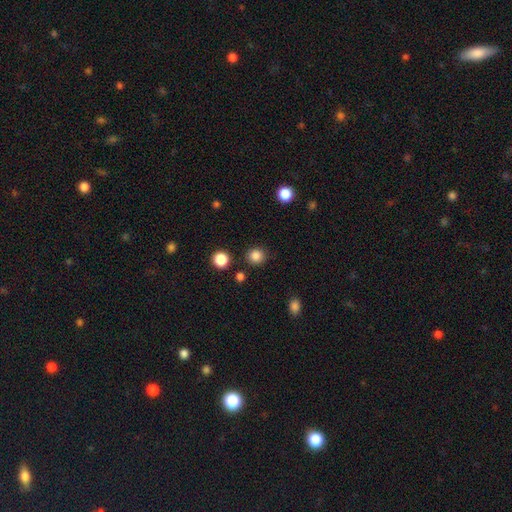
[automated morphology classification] This appears to be a smooth galaxy with no disk features (85%) that is round (91%). Merging: none (88%).